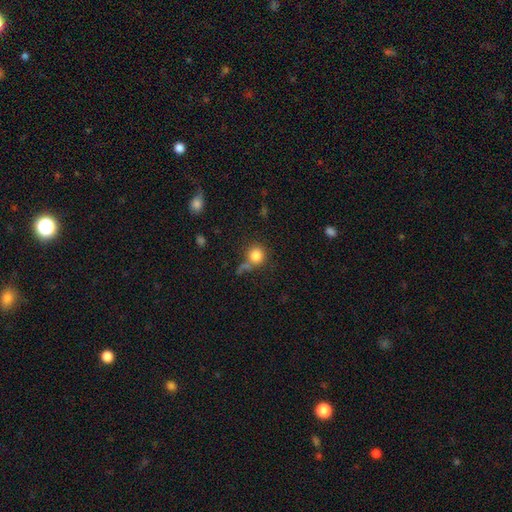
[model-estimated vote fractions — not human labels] Overall: smooth (83%). How rounded: round (90%). Merging: none (60%).